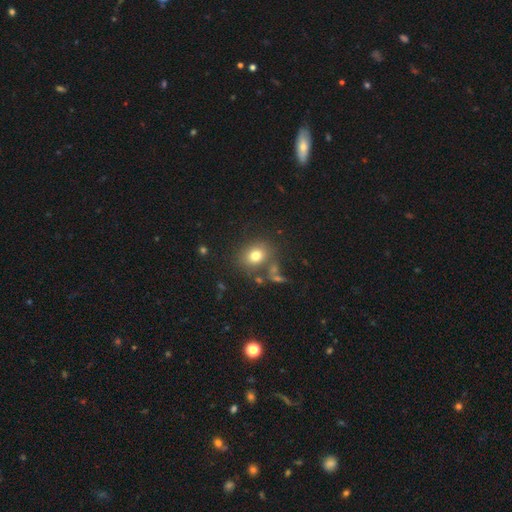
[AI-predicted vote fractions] Smooth or featured? Predicted: smooth (p=0.77). How rounded? Predicted: round (p=0.54). Merging? Predicted: none (p=0.73).